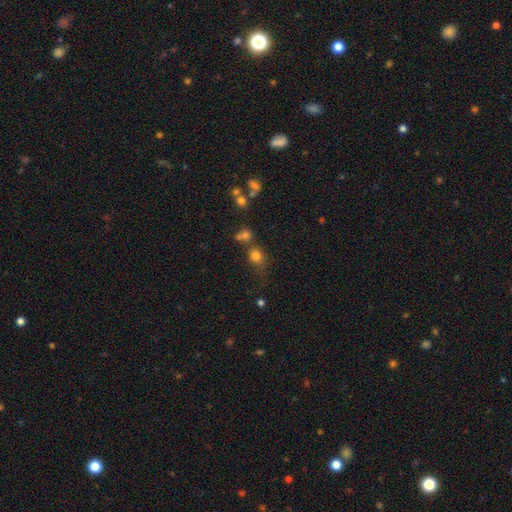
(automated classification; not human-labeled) This appears to be a smooth galaxy with no disk features (76%) that is round (78%). Merging: none (59%).